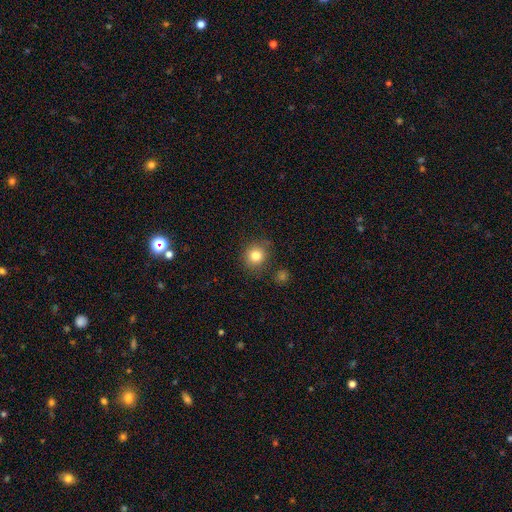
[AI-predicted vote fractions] Q: Smooth or featured?
A: smooth (82%); runner-up: star or artifact (11%)
Q: How rounded?
A: round (83%); runner-up: in between (16%)
Q: Merging?
A: none (81%); runner-up: minor disturbance (12%)